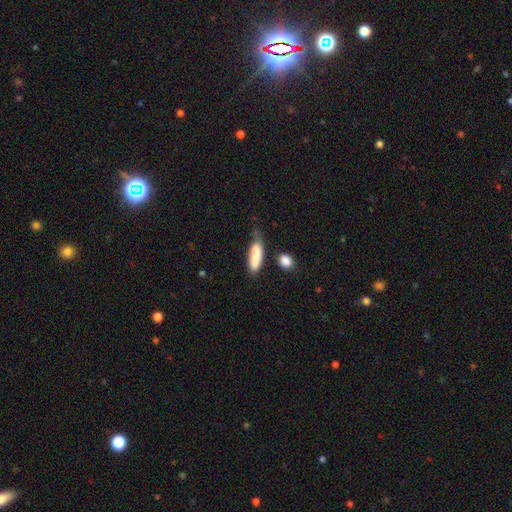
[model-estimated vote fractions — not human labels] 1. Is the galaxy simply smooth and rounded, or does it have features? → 83% smooth, 10% featured or disk, 6% star or artifact.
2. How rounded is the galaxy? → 51% in between, 47% cigar-shaped, 2% round.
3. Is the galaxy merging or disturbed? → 46% none, 33% minor disturbance, 13% major disturbance, 8% merger.